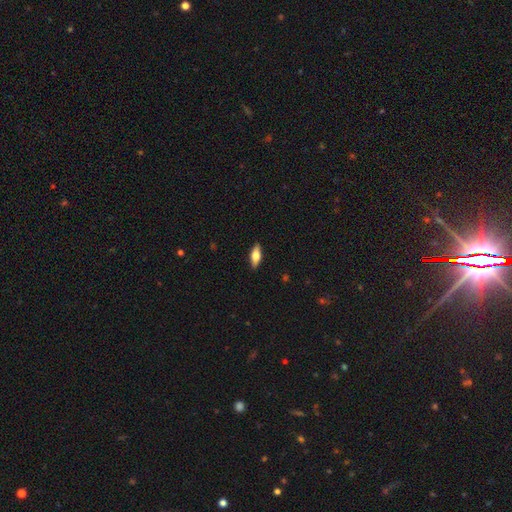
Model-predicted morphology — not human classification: Smooth or featured?
  - smooth: 58% *
  - featured or disk: 35%
  - star or artifact: 7%
How rounded?
  - in between: 70% *
  - cigar-shaped: 27%
  - round: 3%
Merging?
  - none: 89% *
  - minor disturbance: 9%
  - major disturbance: 2%
  - merger: 1%